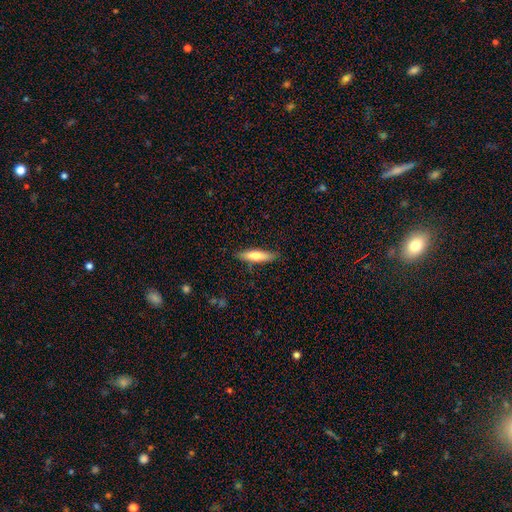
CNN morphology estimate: type=smooth (71%); roundness=cigar-shaped (74%); merging=none (86%).